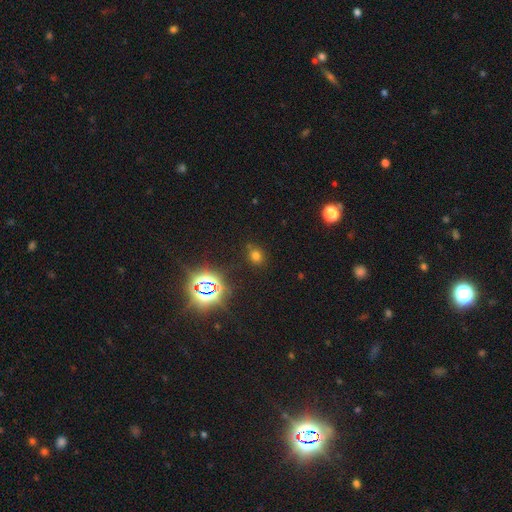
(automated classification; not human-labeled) Q: Smooth or featured?
A: smooth (61%); runner-up: star or artifact (32%)
Q: How rounded?
A: round (65%); runner-up: in between (34%)
Q: Merging?
A: none (76%); runner-up: minor disturbance (15%)